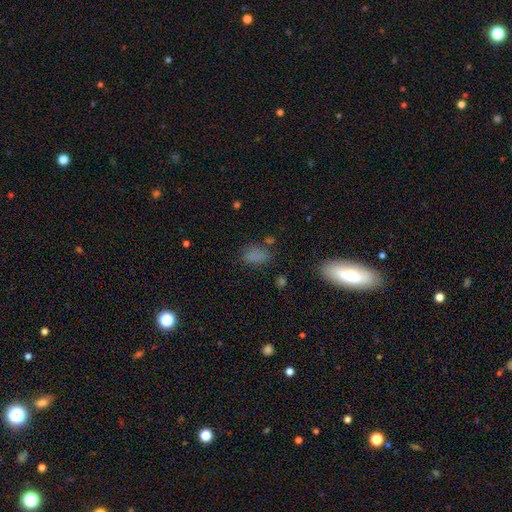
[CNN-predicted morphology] Smooth or featured? smooth (76%)
How rounded? in between (86%)
Merging? none (66%)